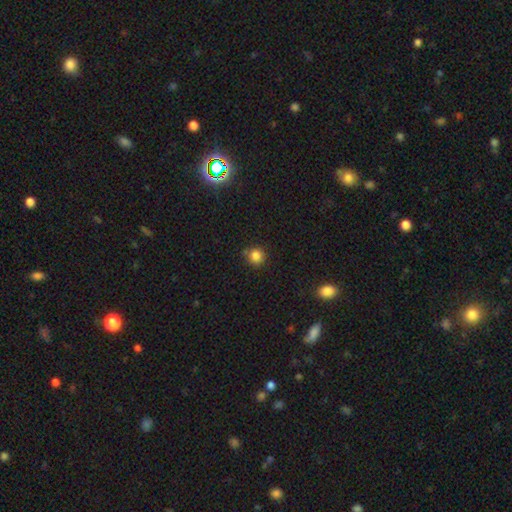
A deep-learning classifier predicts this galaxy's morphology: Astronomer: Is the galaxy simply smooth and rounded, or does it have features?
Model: smooth — 83%.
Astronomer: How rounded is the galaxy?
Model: round — 93%.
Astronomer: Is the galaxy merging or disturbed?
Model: none — 80%.